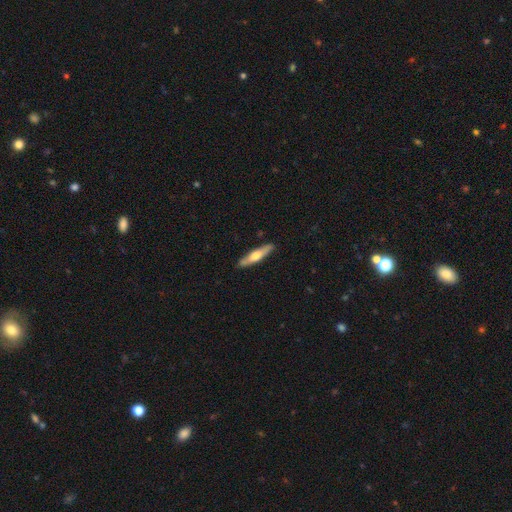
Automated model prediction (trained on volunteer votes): Smooth or featured?
  - smooth: 51% *
  - featured or disk: 44%
  - star or artifact: 5%
How rounded?
  - cigar-shaped: 83% *
  - in between: 15%
  - round: 2%
Merging?
  - none: 88% *
  - minor disturbance: 9%
  - major disturbance: 2%
  - merger: 1%